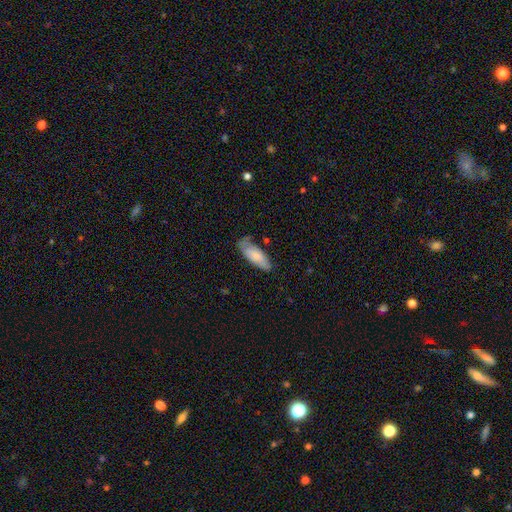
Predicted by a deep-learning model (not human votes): Q: Smooth or featured?
A: smooth (77%); runner-up: featured or disk (17%)
Q: How rounded?
A: in between (72%); runner-up: cigar-shaped (27%)
Q: Merging?
A: none (59%); runner-up: minor disturbance (30%)